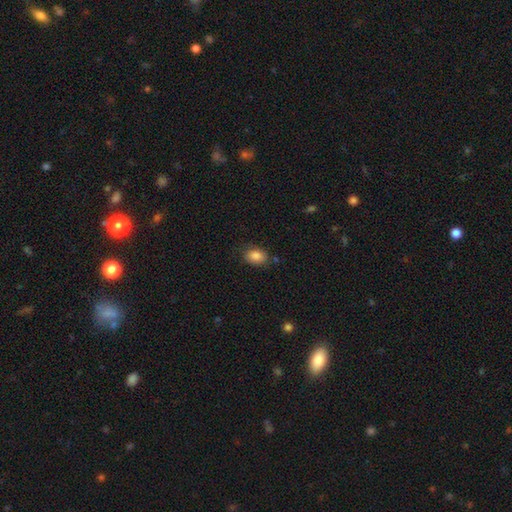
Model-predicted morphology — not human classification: Smooth or featured?
  - smooth: 86% *
  - star or artifact: 8%
  - featured or disk: 6%
How rounded?
  - in between: 79% *
  - round: 19%
  - cigar-shaped: 1%
Merging?
  - none: 77% *
  - minor disturbance: 16%
  - major disturbance: 4%
  - merger: 3%